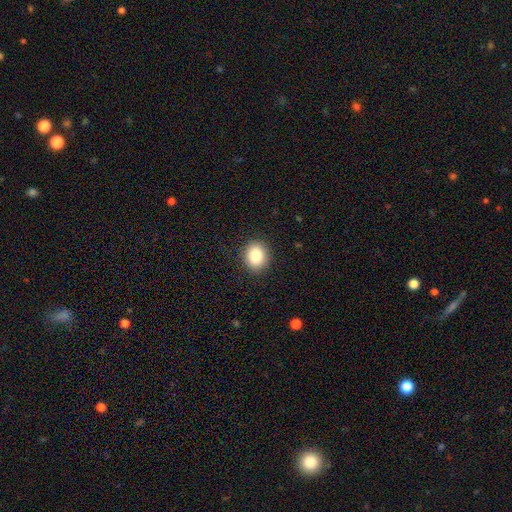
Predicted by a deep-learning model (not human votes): The model was most divided on "how rounded": round: 61%, in between: 38%, cigar-shaped: 1%. More confident: merging — none (90%); smooth or featured — smooth (84%).